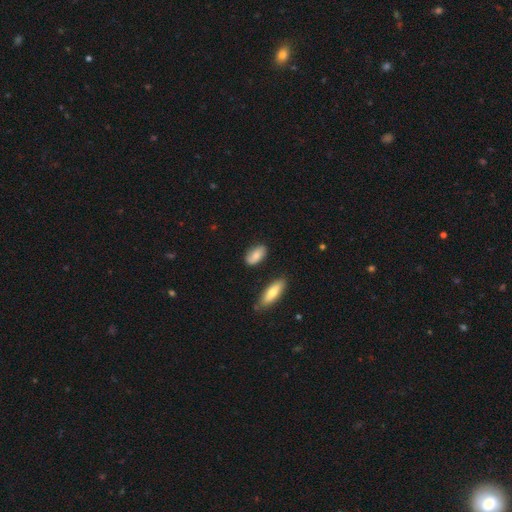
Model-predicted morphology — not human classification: smooth_or_featured: smooth (p=0.74) [alt: featured or disk p=0.19]
how_rounded: in between (p=0.90) [alt: cigar-shaped p=0.06]
merging: none (p=0.78) [alt: minor disturbance p=0.16]